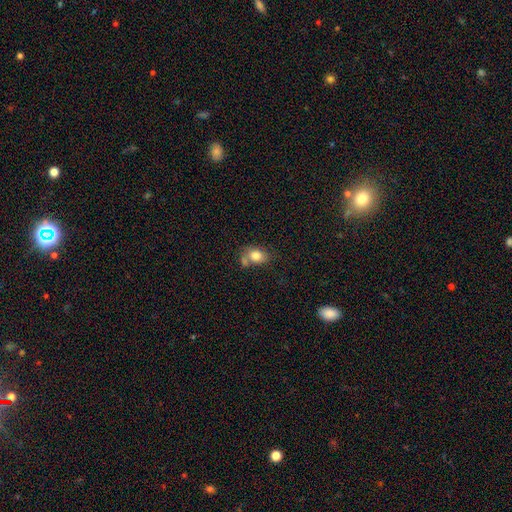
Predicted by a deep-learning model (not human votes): This is likely a smooth galaxy (79%). How rounded: likely in between (67%). Merging: possibly none (47%).